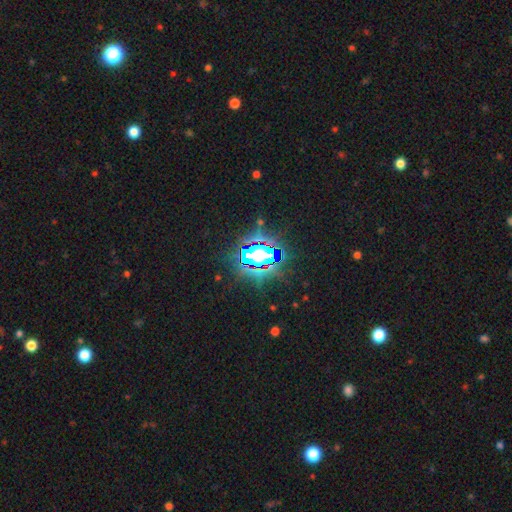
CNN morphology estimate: A star or artifact, not a galaxy (82%).

Vote fractions:
- Smooth or featured? star or artifact: 82% / smooth: 10% / featured or disk: 7%